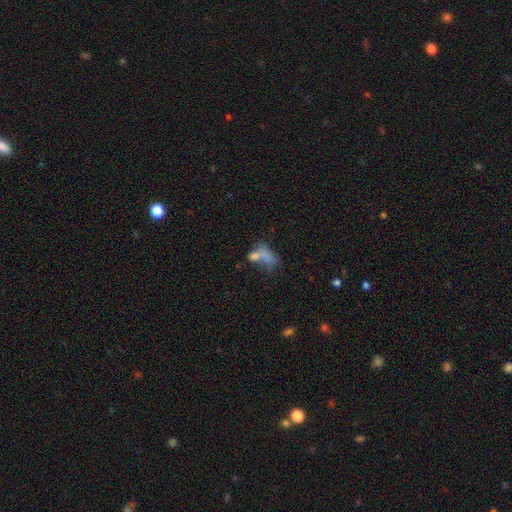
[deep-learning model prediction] Smooth or featured? Predicted: smooth (p=0.63). How rounded? Predicted: in between (p=0.77). Merging? Predicted: merger (p=0.42).